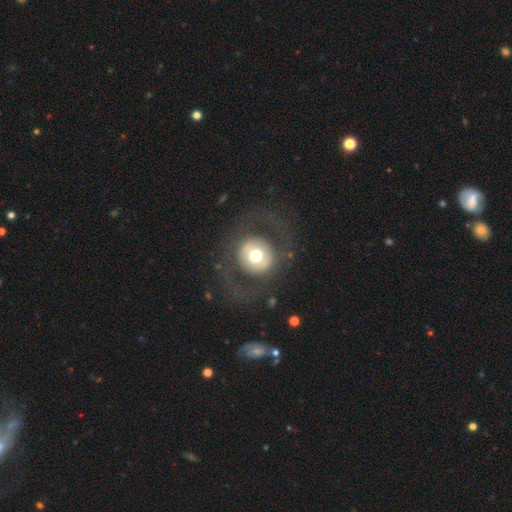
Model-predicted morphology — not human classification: A smooth galaxy with no disk features (49%).

Vote fractions:
- Smooth or featured? smooth: 49% / featured or disk: 43% / star or artifact: 9%
- Merging? none: 75% / major disturbance: 14% / minor disturbance: 10% / merger: 1%